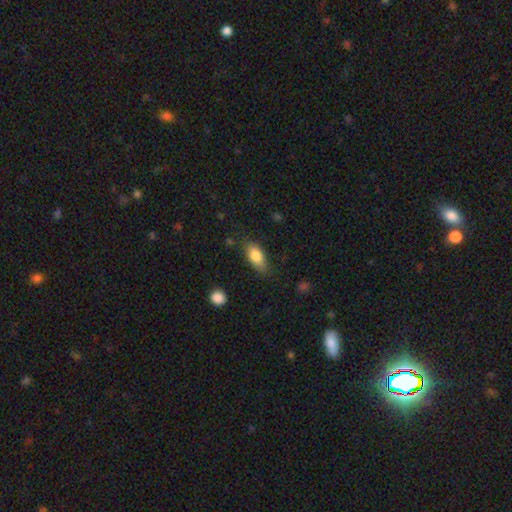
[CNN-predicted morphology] Overall: smooth (81%). How rounded: in between (85%). Merging: none (76%).